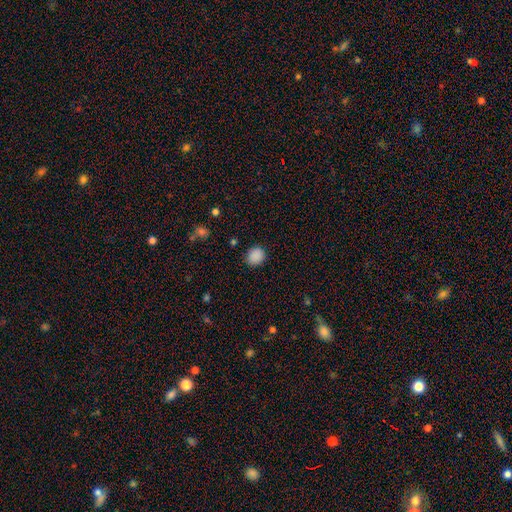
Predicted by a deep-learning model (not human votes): Morphology: type=smooth (88%); roundness=round (73%); merging=none (87%).